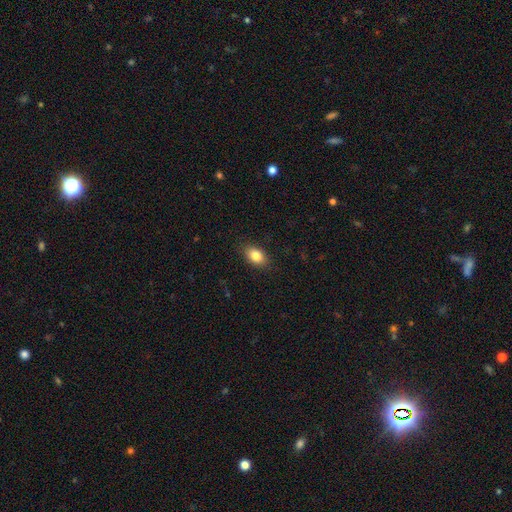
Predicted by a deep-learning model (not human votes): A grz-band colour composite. It shows a smooth galaxy with no disk features (83%) that is in between round and cigar-shaped (86%). Merging: none (88%).